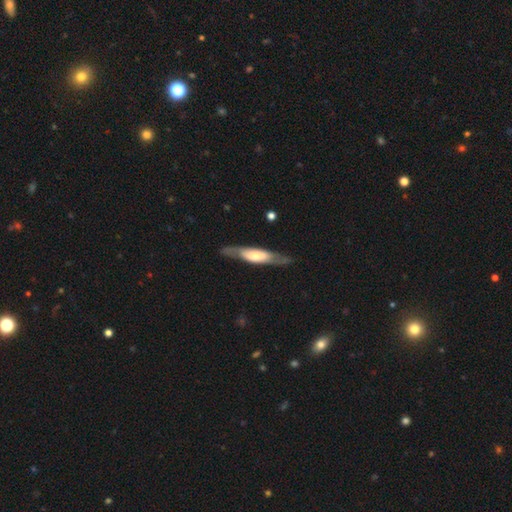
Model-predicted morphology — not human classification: This is possibly a featured or disk galaxy (56%). It is likely viewed edge-on (65%). Merging: likely none (80%).